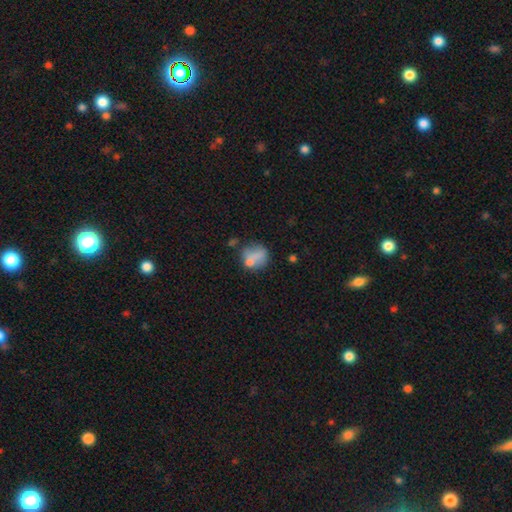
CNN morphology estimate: Smooth or featured? Predicted: smooth (p=0.68). How rounded? Predicted: round (p=0.69). Merging? Predicted: none (p=0.44).